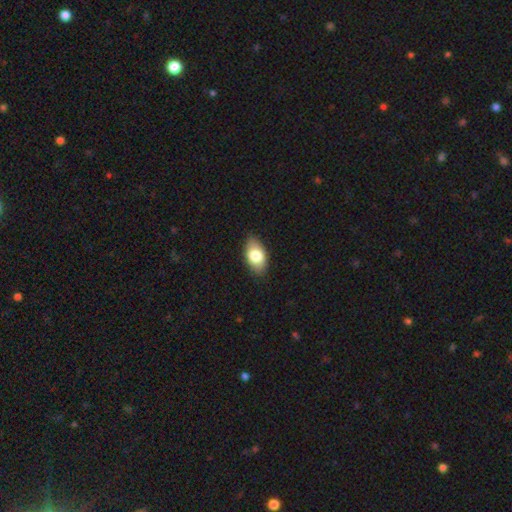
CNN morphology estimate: smooth 77%, featured or disk 16%, star or artifact 7%. Down the decision tree: how rounded — in between (92%); merging — none (82%).